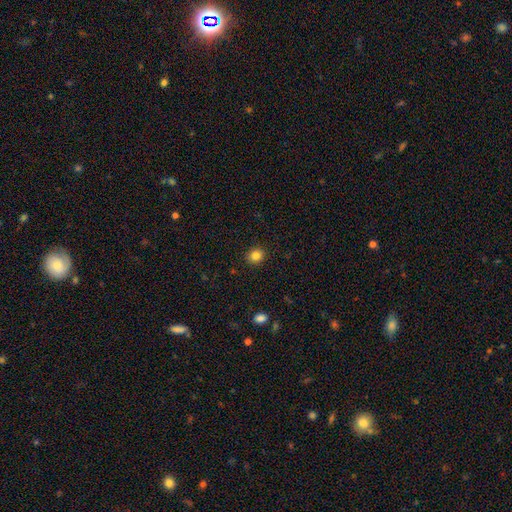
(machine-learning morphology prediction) Smooth or featured: smooth — 84% (star or artifact — 11%)
How rounded: round — 80% (in between — 19%)
Merging: none — 91% (minor disturbance — 6%)